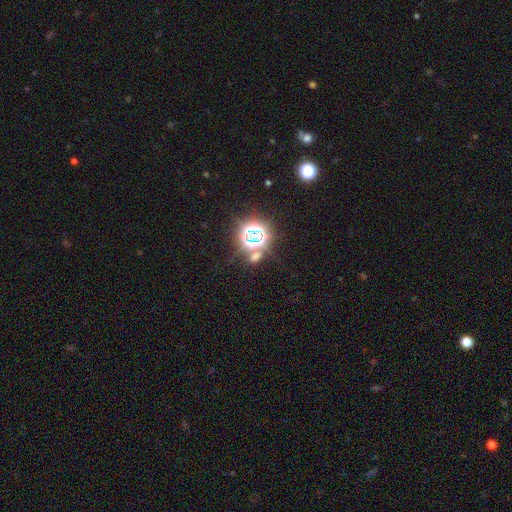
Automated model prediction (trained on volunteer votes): Smooth or featured?
  - star or artifact: 66% *
  - smooth: 25%
  - featured or disk: 9%